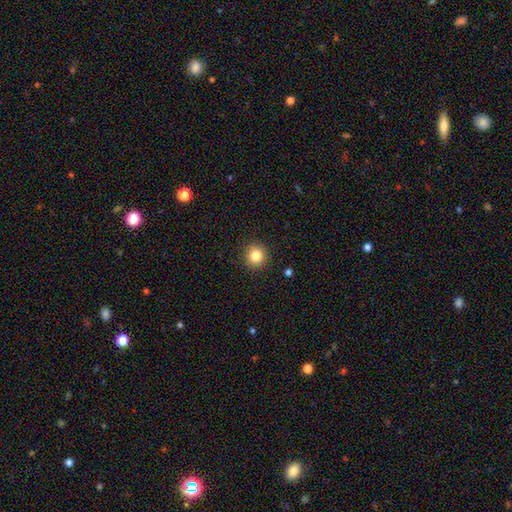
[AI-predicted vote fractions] Smooth or featured? Predicted: smooth (p=0.83). How rounded? Predicted: round (p=0.93). Merging? Predicted: none (p=0.92).